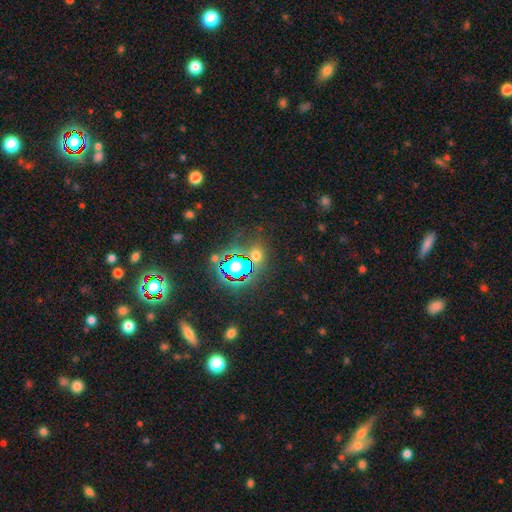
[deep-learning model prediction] Smooth or featured? Predicted: star or artifact (p=0.54).